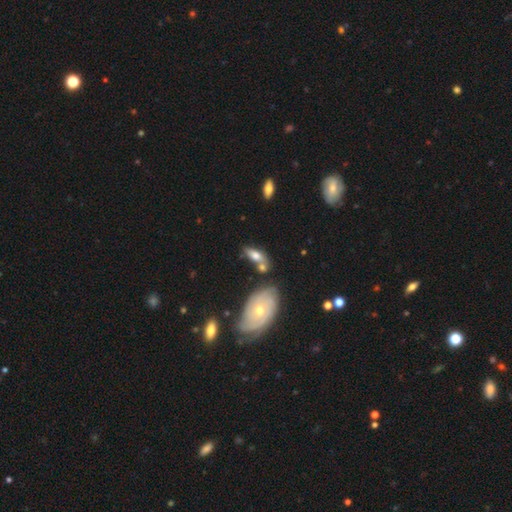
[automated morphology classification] Smooth or featured: smooth — 59% (featured or disk — 33%)
How rounded: in between — 80% (cigar-shaped — 14%)
Merging: none — 46% (merger — 28%)